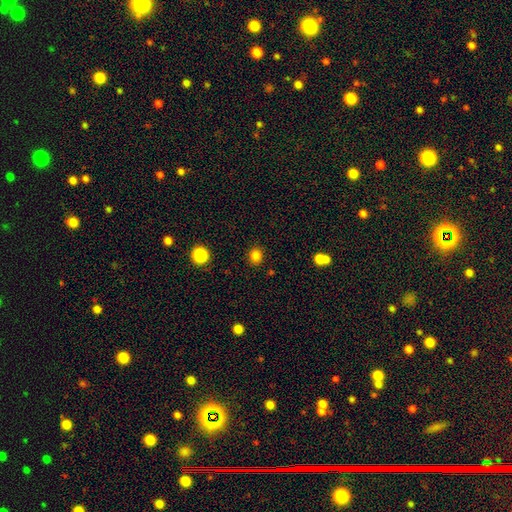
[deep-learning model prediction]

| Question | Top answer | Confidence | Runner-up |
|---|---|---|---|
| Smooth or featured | smooth | 83% | star or artifact (13%) |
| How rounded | round | 76% | in between (23%) |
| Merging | none | 89% | minor disturbance (7%) |